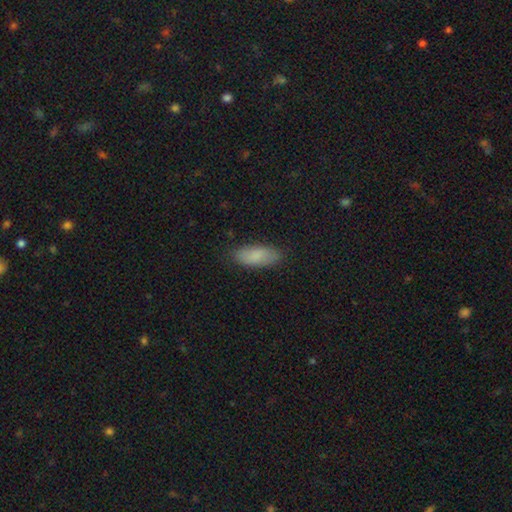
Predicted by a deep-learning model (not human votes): smooth 85%, featured or disk 8%, star or artifact 7%. Down the decision tree: how rounded — in between (80%); merging — none (84%).